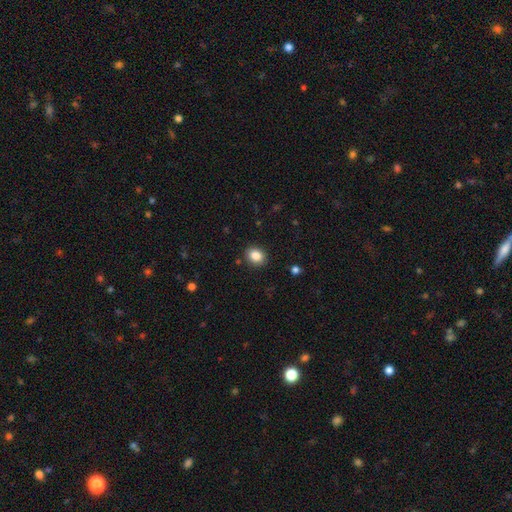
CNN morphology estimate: This is clearly a smooth galaxy (86%). How rounded: possibly round (51%). Merging: clearly none (89%).